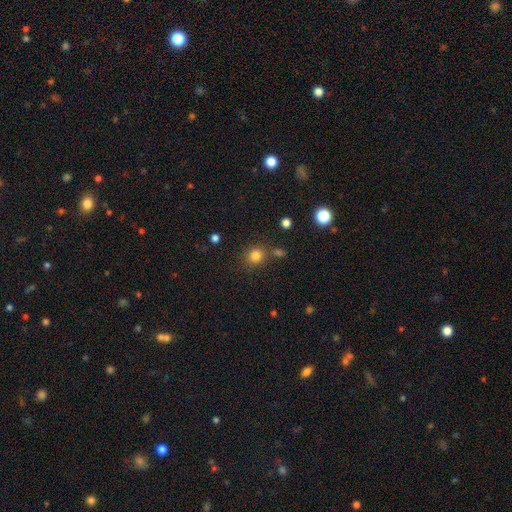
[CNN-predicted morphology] The model was most divided on "merging": none: 75%, merger: 11%, minor disturbance: 10%, major disturbance: 4%. More confident: how rounded — round (84%); smooth or featured — smooth (81%).